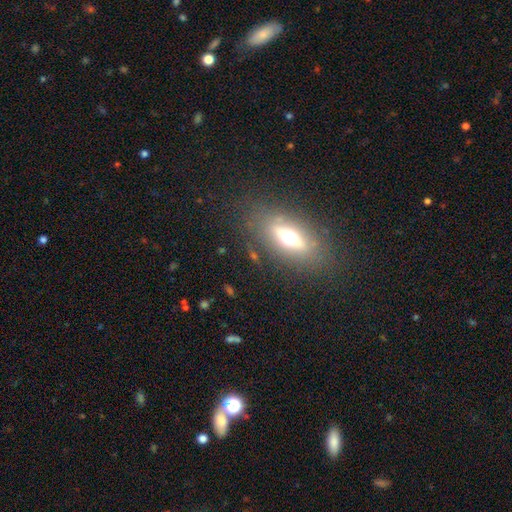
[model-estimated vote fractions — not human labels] smooth_or_featured: smooth (p=0.54) [alt: featured or disk p=0.31]
how_rounded: in between (p=0.74) [alt: cigar-shaped p=0.20]
merging: none (p=0.84) [alt: minor disturbance p=0.10]